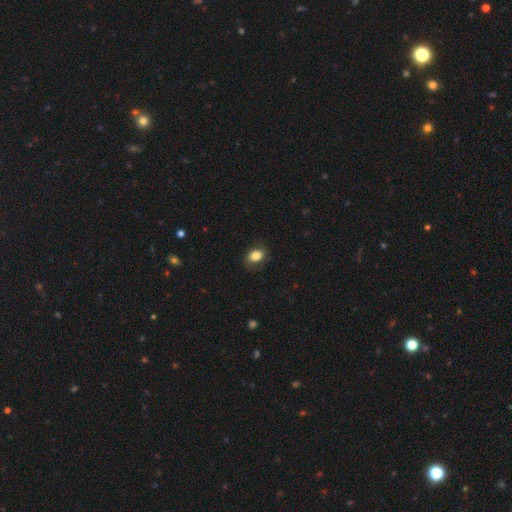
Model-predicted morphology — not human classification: Q: Smooth or featured?
A: smooth (85%); runner-up: star or artifact (9%)
Q: How rounded?
A: in between (68%); runner-up: round (31%)
Q: Merging?
A: none (80%); runner-up: minor disturbance (15%)